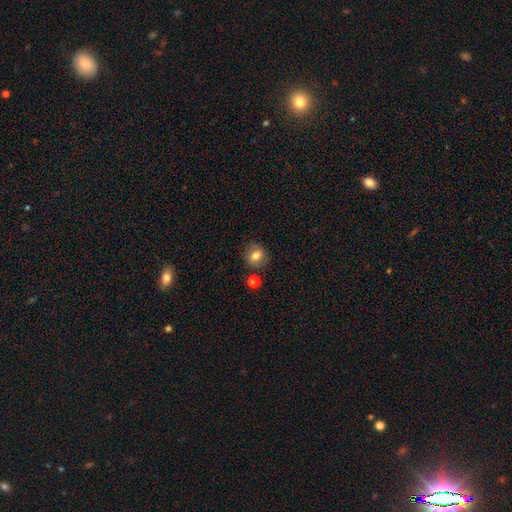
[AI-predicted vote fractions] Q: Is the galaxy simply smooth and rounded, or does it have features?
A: smooth — 79%.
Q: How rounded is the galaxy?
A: round — 79%.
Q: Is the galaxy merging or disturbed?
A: none — 81%.